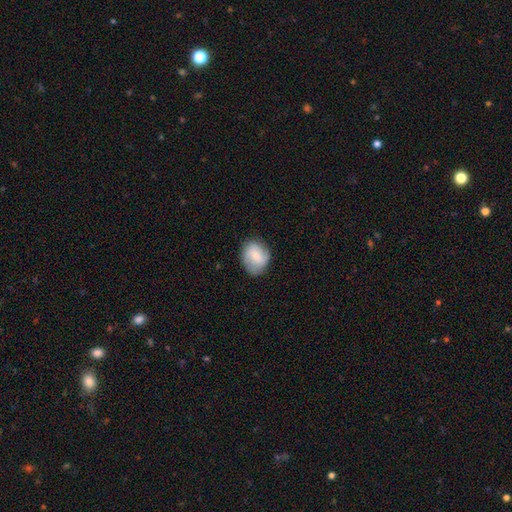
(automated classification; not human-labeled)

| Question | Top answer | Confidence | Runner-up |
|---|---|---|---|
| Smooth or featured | smooth | 64% | featured or disk (29%) |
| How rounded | round | 51% | in between (48%) |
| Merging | none | 76% | minor disturbance (18%) |